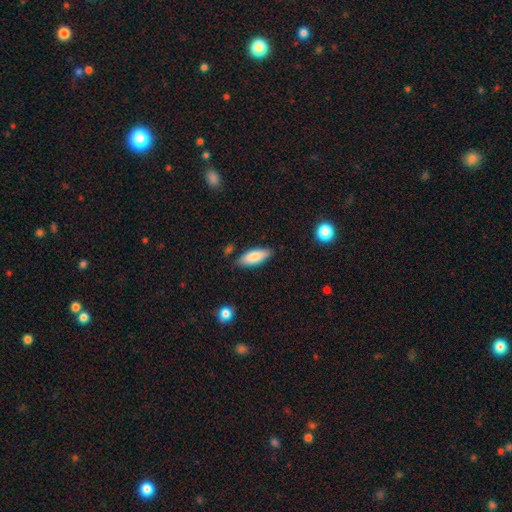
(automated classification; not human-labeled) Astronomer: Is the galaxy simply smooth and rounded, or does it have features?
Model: smooth — 82%.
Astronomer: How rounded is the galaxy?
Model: in between — 73%.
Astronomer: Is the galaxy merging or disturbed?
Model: none — 82%.